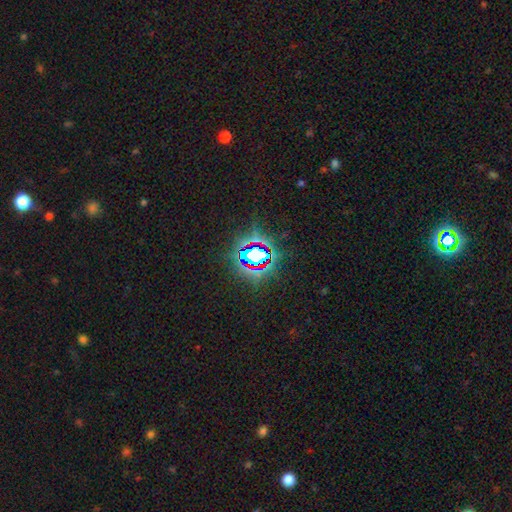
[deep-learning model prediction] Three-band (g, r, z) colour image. It shows a star or artifact, not a galaxy (75%).